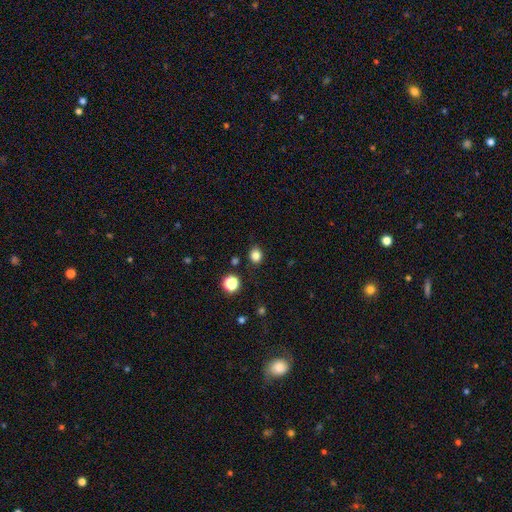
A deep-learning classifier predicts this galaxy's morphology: type=smooth (82%); roundness=round (63%); merging=none (85%).